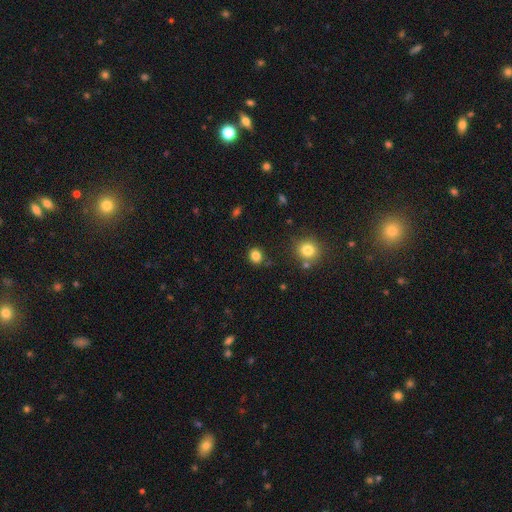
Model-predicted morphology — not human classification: type=smooth (83%); roundness=round (73%); merging=none (84%).